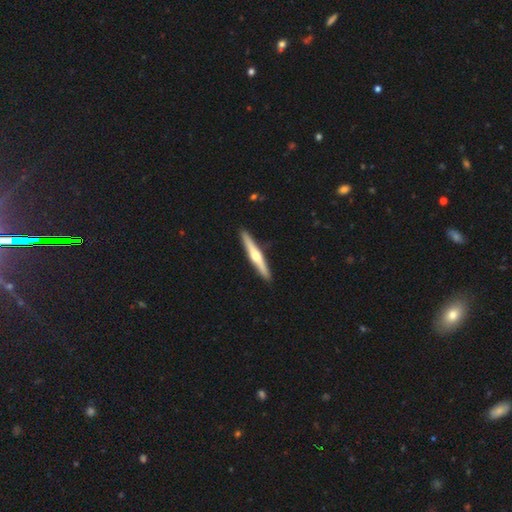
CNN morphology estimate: A featured or disk galaxy (67%) viewed edge-on (98%) with a rounded central bulge (90%). Merging: none (91%).